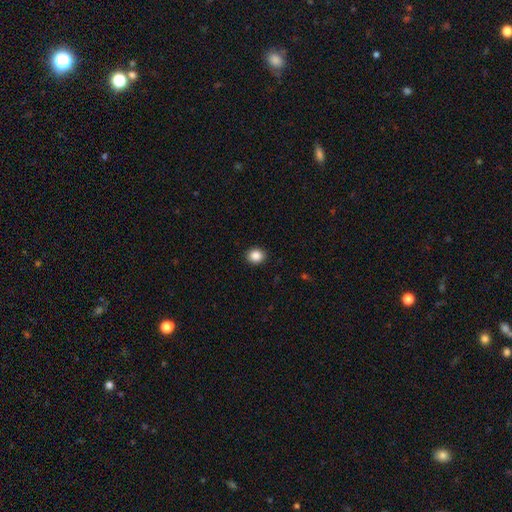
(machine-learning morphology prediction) A smooth galaxy with no disk features (87%) that is round (73%).

Vote fractions:
- Smooth or featured? smooth: 87% / star or artifact: 9% / featured or disk: 3%
- How rounded? round: 73% / in between: 26% / cigar-shaped: 1%
- Merging? none: 92% / minor disturbance: 6% / major disturbance: 2% / merger: 1%